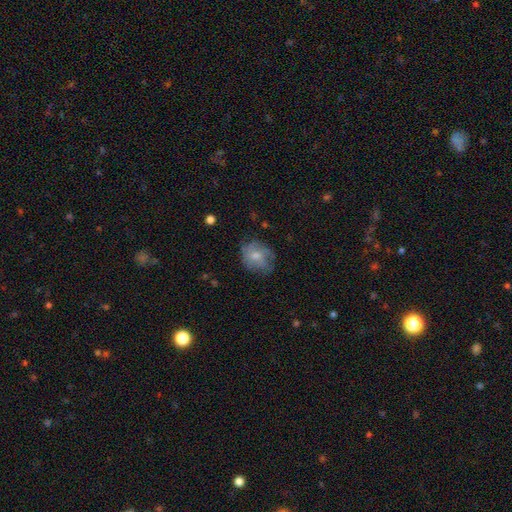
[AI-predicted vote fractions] The model was most divided on "how rounded": round: 62%, in between: 37%, cigar-shaped: 1%. More confident: merging — none (60%); smooth or featured — smooth (58%).